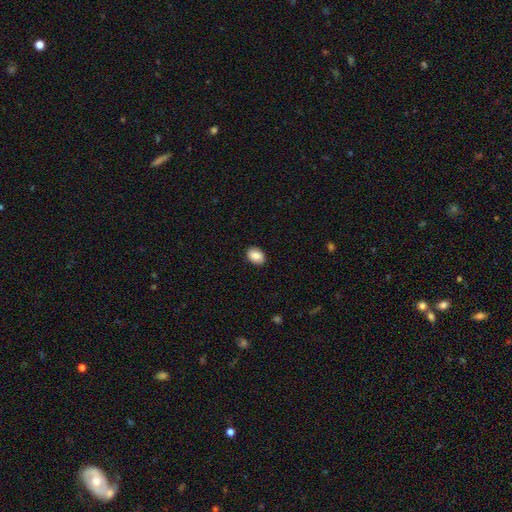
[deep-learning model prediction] Overall: smooth (88%). How rounded: in between (74%). Merging: none (90%).